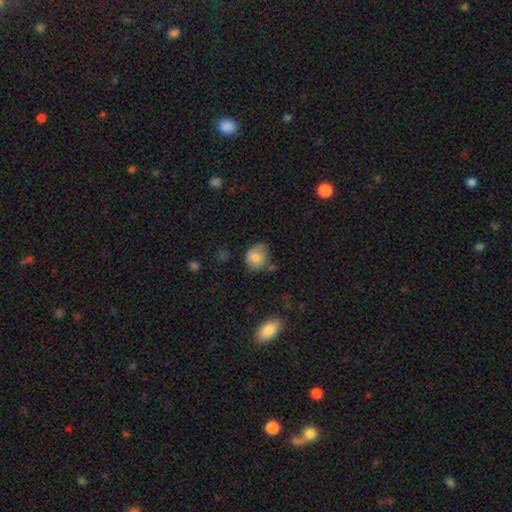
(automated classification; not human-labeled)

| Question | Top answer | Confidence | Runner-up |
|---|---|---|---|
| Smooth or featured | smooth | 75% | featured or disk (16%) |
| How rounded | round | 60% | in between (39%) |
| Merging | none | 63% | minor disturbance (27%) |